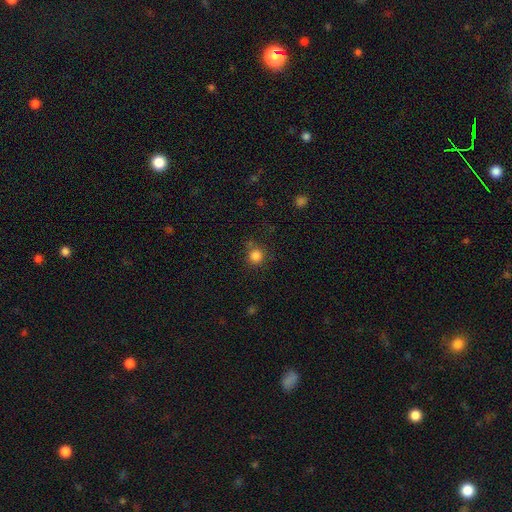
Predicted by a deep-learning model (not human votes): Overall: smooth (83%). How rounded: round (92%). Merging: none (75%).